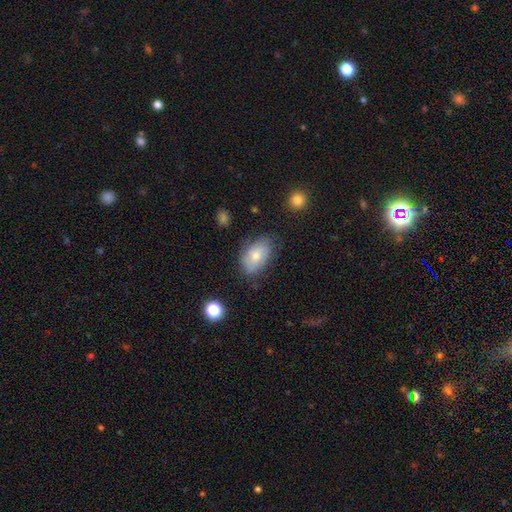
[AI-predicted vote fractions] This is likely a smooth galaxy (70%). How rounded: clearly in between (90%). Merging: likely none (67%).